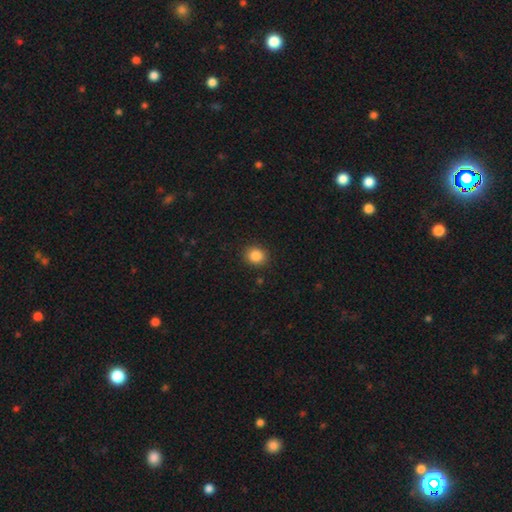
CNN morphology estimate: Smooth or featured? Predicted: smooth (p=0.86). How rounded? Predicted: round (p=0.80). Merging? Predicted: none (p=0.90).